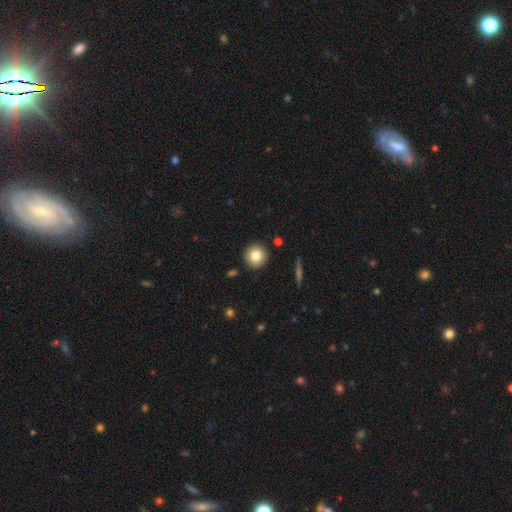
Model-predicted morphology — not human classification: smooth 81%, featured or disk 10%, star or artifact 9%. Down the decision tree: how rounded — round (94%); merging — none (91%).